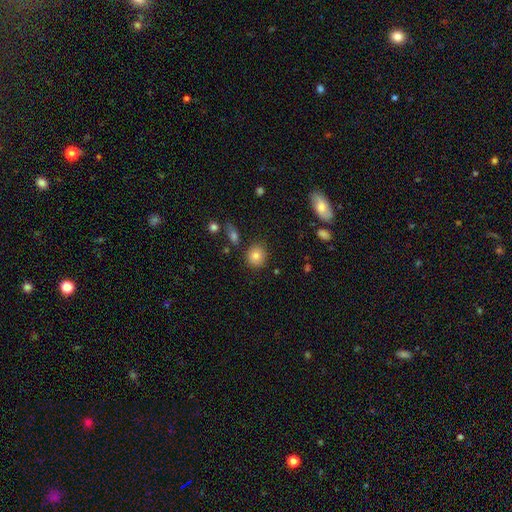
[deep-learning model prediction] smooth_or_featured: smooth (p=0.82) [alt: star or artifact p=0.10]
how_rounded: round (p=0.80) [alt: in between p=0.19]
merging: none (p=0.83) [alt: minor disturbance p=0.10]